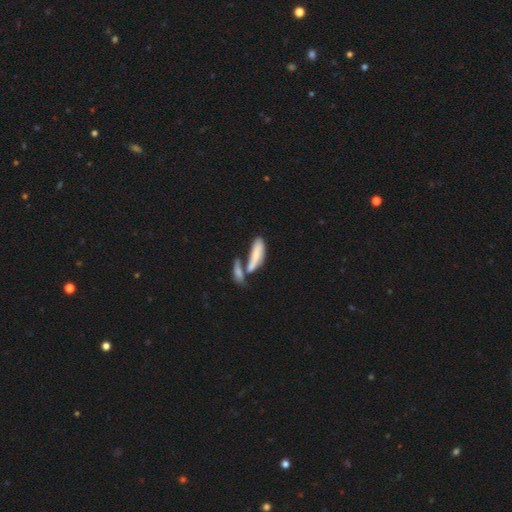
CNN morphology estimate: Smooth or featured? Predicted: smooth (p=0.73). How rounded? Predicted: cigar-shaped (p=0.52). Merging? Predicted: merger (p=0.53).